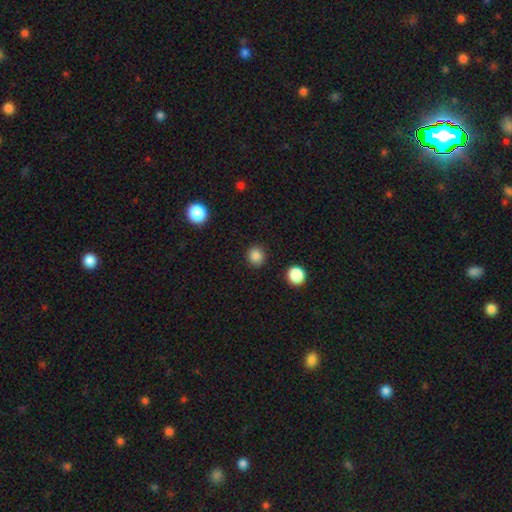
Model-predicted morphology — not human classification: smooth 86%, star or artifact 11%, featured or disk 3%. Down the decision tree: how rounded — round (89%); merging — none (90%).